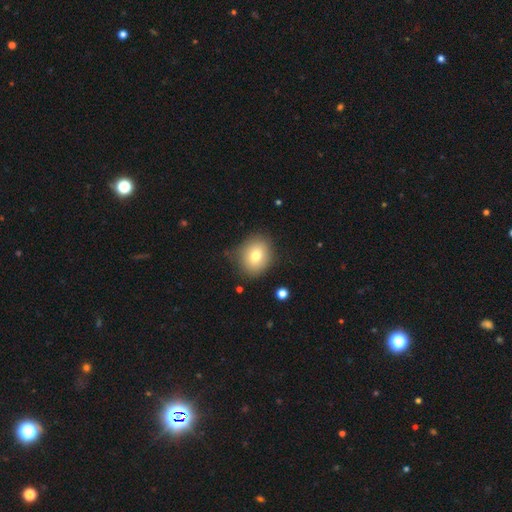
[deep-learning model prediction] The model was most divided on "how rounded": round: 58%, in between: 41%, cigar-shaped: 1%. More confident: merging — none (80%); smooth or featured — smooth (76%).